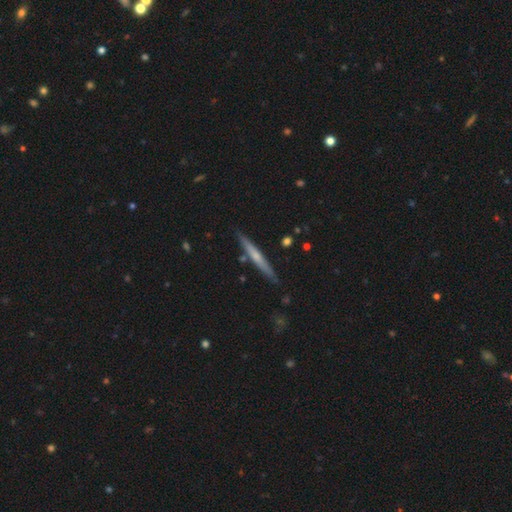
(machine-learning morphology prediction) Q: Smooth or featured?
A: featured or disk (53%); runner-up: smooth (42%)
Q: Edge-on disk?
A: yes (96%); runner-up: no (4%)
Q: Edge-on bulge?
A: none (53%); runner-up: rounded (43%)
Q: Merging?
A: none (86%); runner-up: minor disturbance (9%)